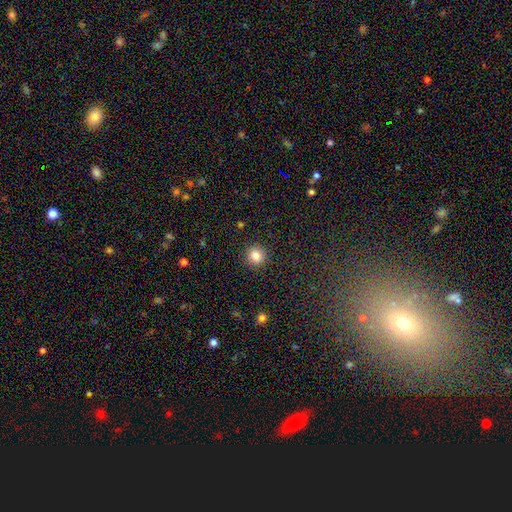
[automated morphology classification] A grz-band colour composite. It shows a smooth galaxy with no disk features (83%) that is round (94%). Merging: none (92%).